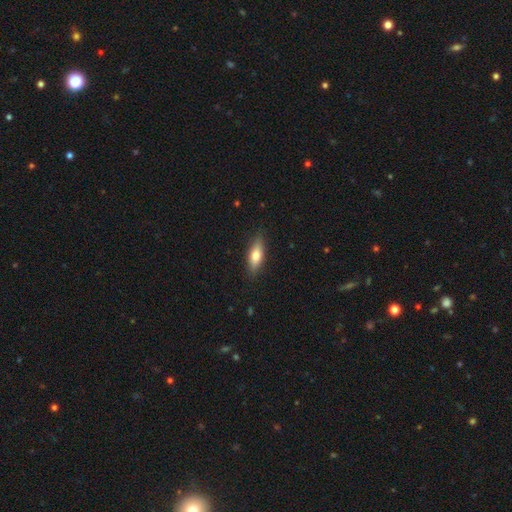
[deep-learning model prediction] This appears to be a smooth galaxy with no disk features (71%) that is in between round and cigar-shaped (63%). Merging: none (86%).